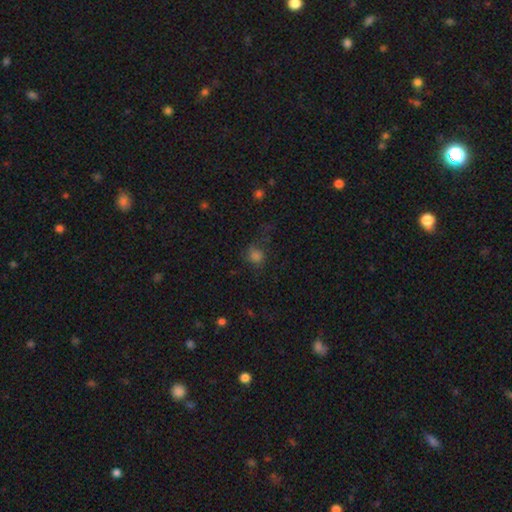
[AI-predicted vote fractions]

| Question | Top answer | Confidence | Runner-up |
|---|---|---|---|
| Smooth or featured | smooth | 65% | star or artifact (23%) |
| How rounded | round | 74% | in between (25%) |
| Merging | none | 54% | major disturbance (23%) |